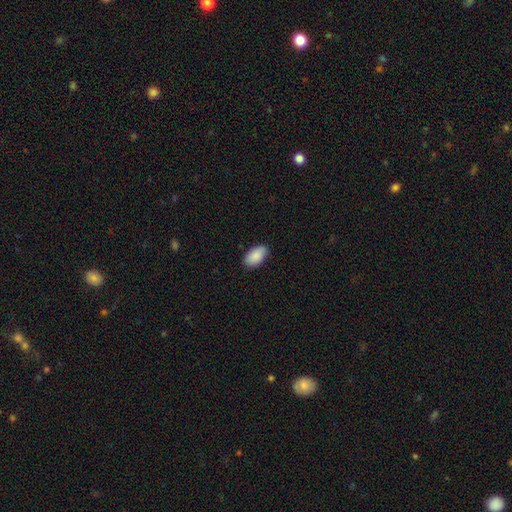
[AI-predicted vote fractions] This appears to be a smooth galaxy with no disk features (90%) that is in between round and cigar-shaped (95%). Merging: none (86%).